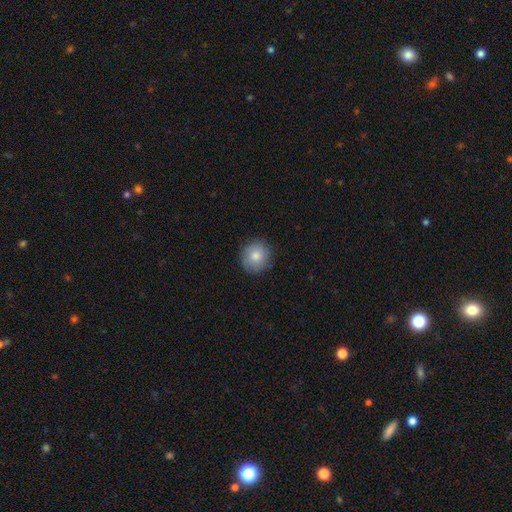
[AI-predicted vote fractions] Morphology: type=smooth (79%); roundness=round (88%); merging=none (87%).